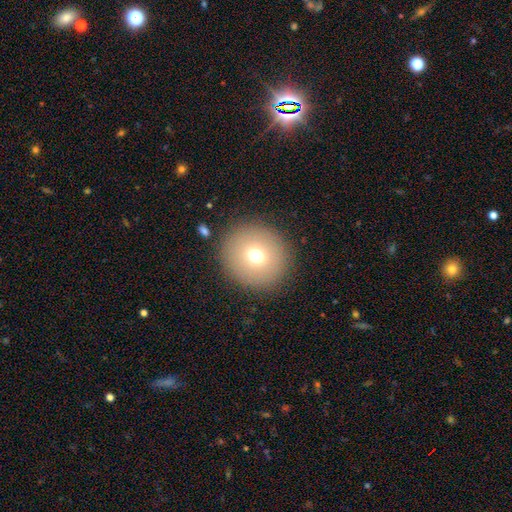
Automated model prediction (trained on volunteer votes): Q: Smooth or featured?
A: smooth (71%); runner-up: featured or disk (15%)
Q: How rounded?
A: round (92%); runner-up: in between (7%)
Q: Merging?
A: none (91%); runner-up: minor disturbance (5%)